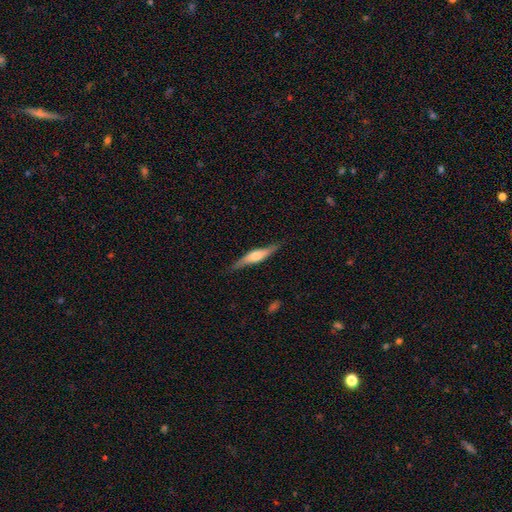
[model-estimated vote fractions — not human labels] This is possibly a featured or disk galaxy (59%). It is clearly viewed edge-on (92%). Edge-on bulge: clearly rounded (80%). Merging: clearly none (83%).